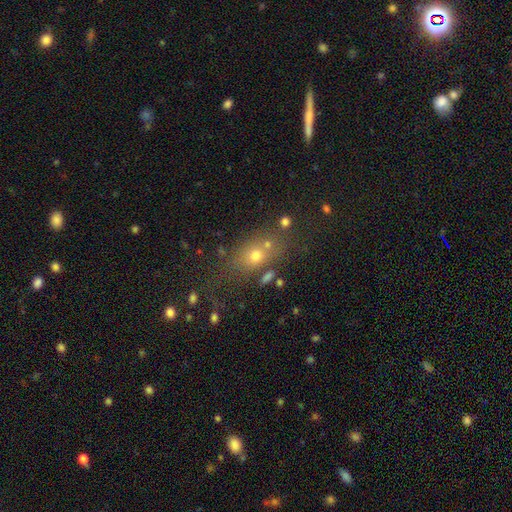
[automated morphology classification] The model was most divided on "how rounded": in between: 56%, round: 37%, cigar-shaped: 7%. More confident: smooth or featured — smooth (63%); merging — none (61%).